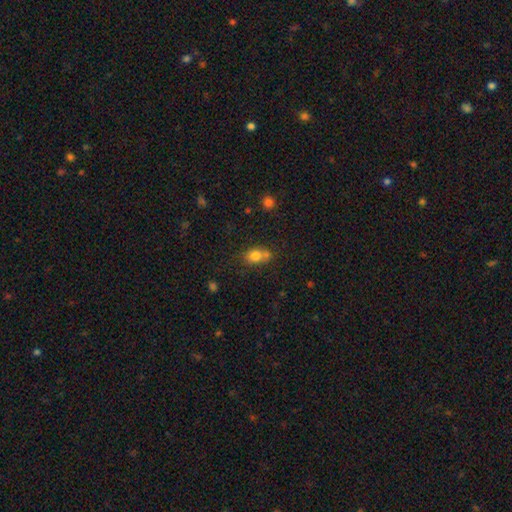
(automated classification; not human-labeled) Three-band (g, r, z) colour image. It shows a smooth galaxy with no disk features (78%) that is in between round and cigar-shaped (63%). Merging: none (50%).